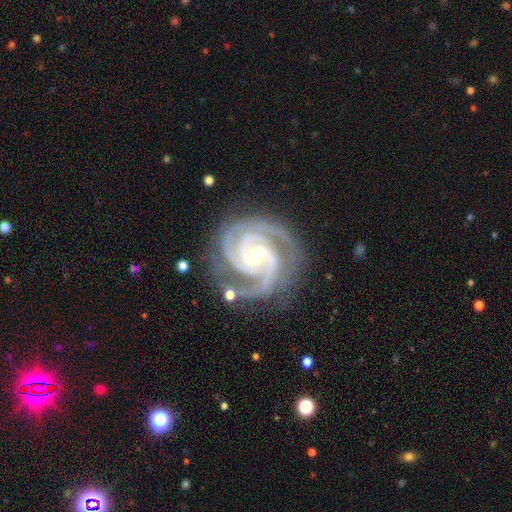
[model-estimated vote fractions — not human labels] A featured or disk galaxy (95%) with no bar (40%), 3 (63%) tight (74%) spiral arms (99%) and a moderate central bulge (54%).

Vote fractions:
- Smooth or featured? featured or disk: 95% / star or artifact: 3% / smooth: 2%
- Edge-on disk? no: 98% / yes: 2%
- Bar? no: 40% / weak: 37% / strong: 22%
- Spiral arms? yes: 99% / no: 1%
- Spiral winding? tight: 74% / medium: 25% / loose: 2%
- Spiral arm count? 3: 63% / 4: 14% / 2: 13% / can't tell: 4% / more than 4: 3% / 1: 3%
- Bulge size? moderate: 54% / small: 42% / large: 2% / none: 1% / dominant: 1%
- Merging? none: 77% / minor disturbance: 16% / major disturbance: 5% / merger: 2%